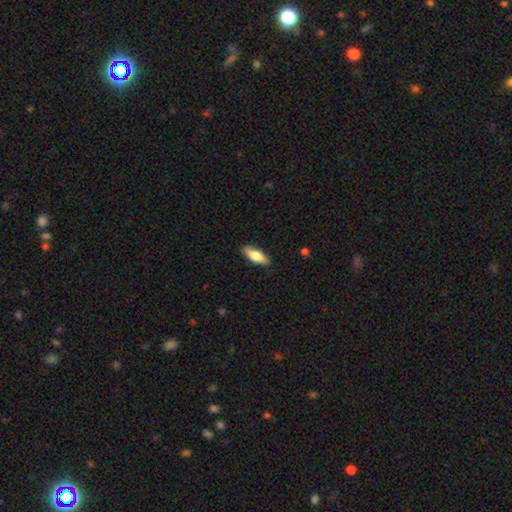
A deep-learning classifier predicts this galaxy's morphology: This is likely a smooth galaxy (72%). How rounded: likely in between (65%). Merging: clearly none (86%).